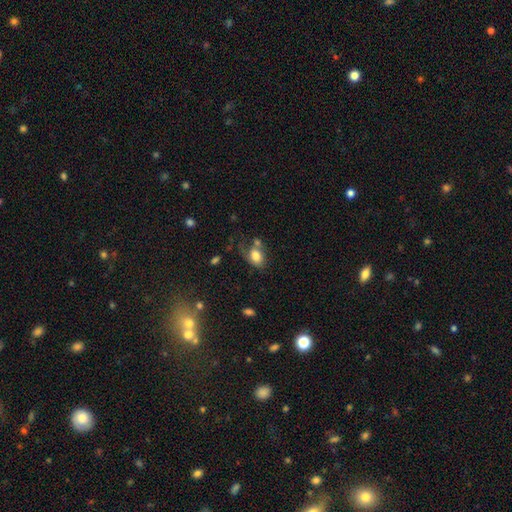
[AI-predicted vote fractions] Overall: smooth (77%). How rounded: in between (74%). Merging: none (39%; merger 23%).